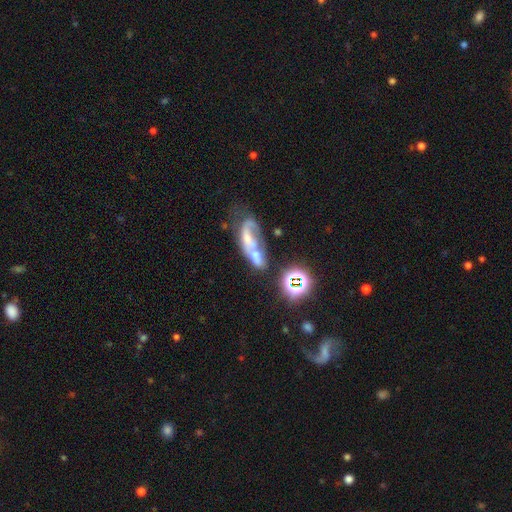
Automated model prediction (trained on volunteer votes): featured or disk 46%, smooth 33%, star or artifact 21%. Down the decision tree: merging — merger (51%).